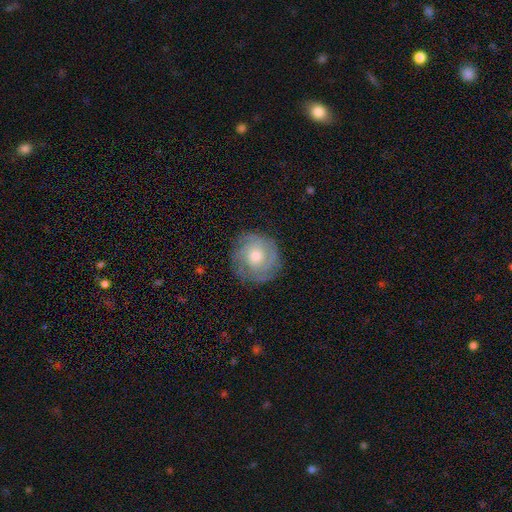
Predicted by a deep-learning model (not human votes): Smooth or featured? Predicted: featured or disk (p=0.69). Edge-on disk? Predicted: no (p=0.97). Bar? Predicted: no (p=0.80). Spiral arms? Predicted: yes (p=0.89). Spiral winding? Predicted: tight (p=0.71). Spiral arm count? Predicted: can't tell (p=0.38). Bulge size? Predicted: moderate (p=0.68). Merging? Predicted: none (p=0.82).